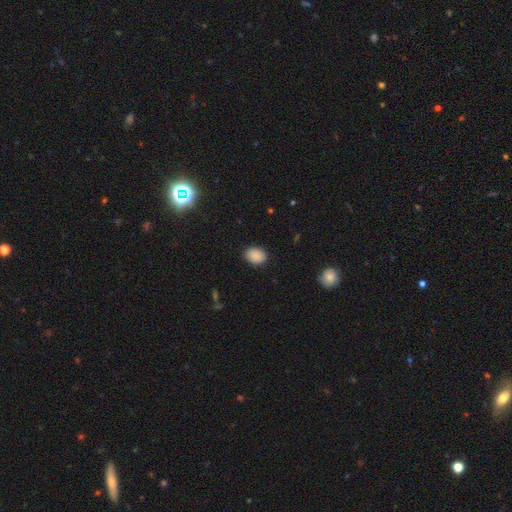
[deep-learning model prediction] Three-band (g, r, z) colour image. It shows a smooth galaxy with no disk features (89%) that is in between round and cigar-shaped (68%). Merging: none (87%).